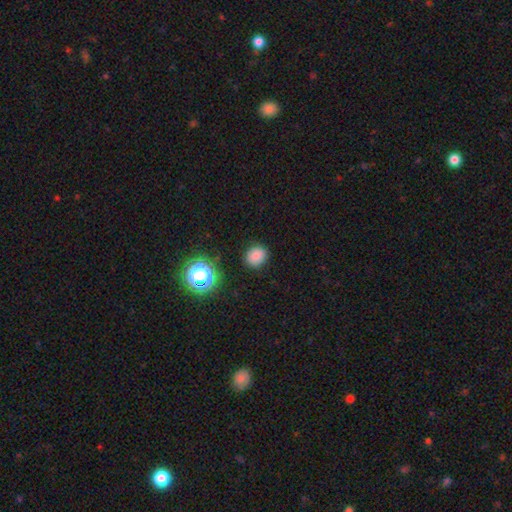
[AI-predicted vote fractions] A smooth galaxy with no disk features (79%) that is round (75%). Merging: none (87%).